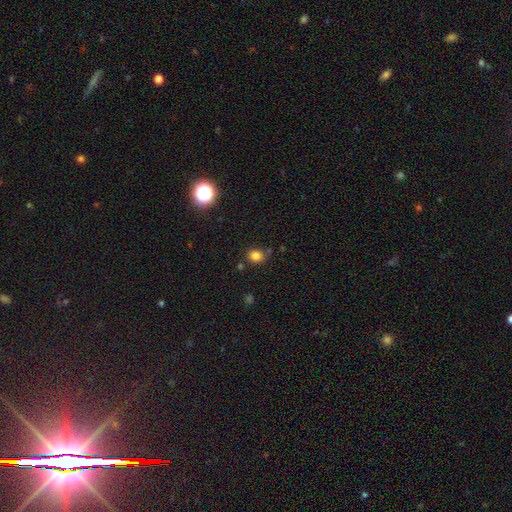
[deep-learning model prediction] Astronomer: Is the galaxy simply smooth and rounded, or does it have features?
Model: smooth — 81%.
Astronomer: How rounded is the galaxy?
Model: round — 62% (runner-up: in between, 37%).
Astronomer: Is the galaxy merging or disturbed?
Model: none — 79%.